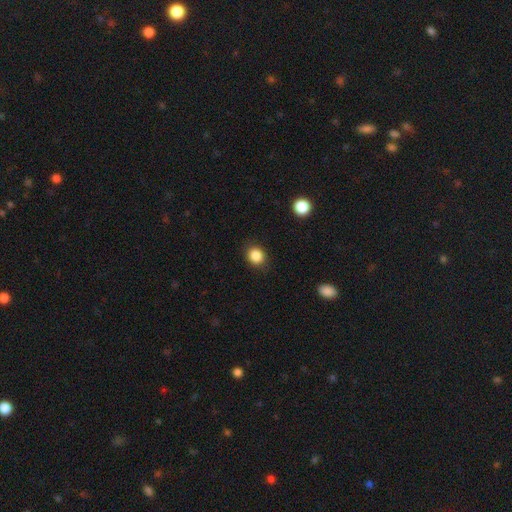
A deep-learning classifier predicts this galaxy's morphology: A smooth galaxy with no disk features (87%) that is round (71%). Merging: none (87%).